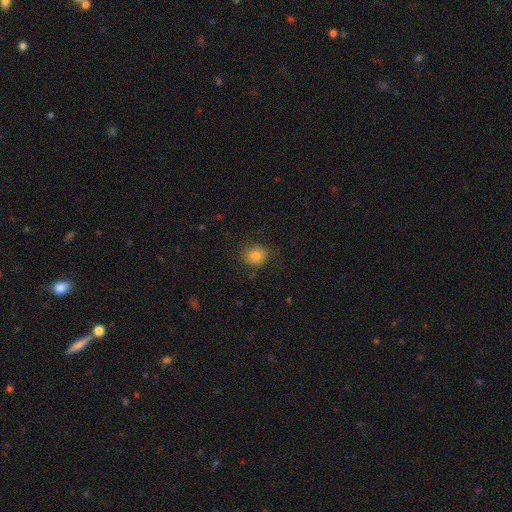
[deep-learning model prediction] This appears to be a smooth galaxy with no disk features (82%) that is round (75%). Merging: none (83%).